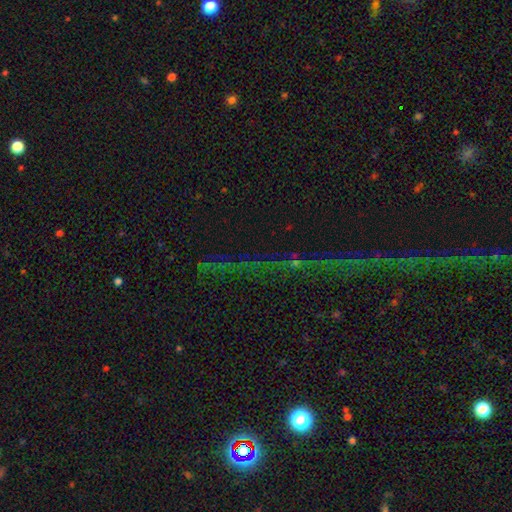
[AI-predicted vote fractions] This appears to be a star or artifact, not a galaxy (73%).